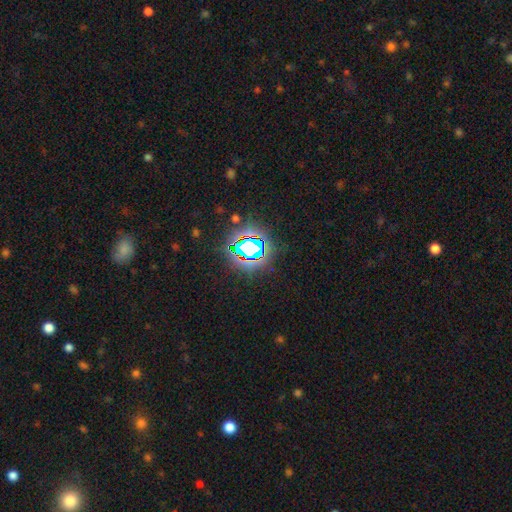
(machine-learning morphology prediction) A star or artifact, not a galaxy (73%).